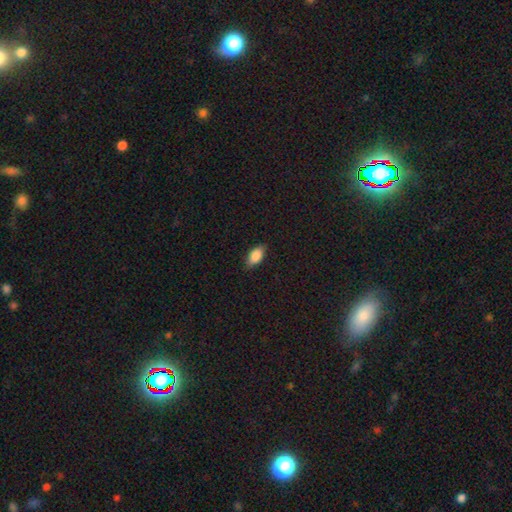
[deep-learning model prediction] The model was most divided on "merging": none: 85%, minor disturbance: 12%, major disturbance: 2%, merger: 1%. More confident: how rounded — in between (89%); smooth or featured — smooth (86%).